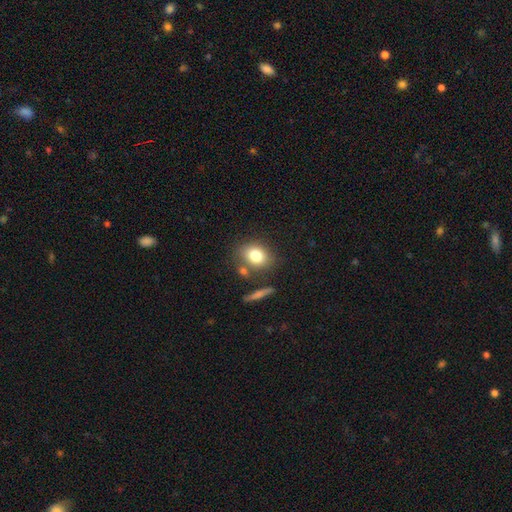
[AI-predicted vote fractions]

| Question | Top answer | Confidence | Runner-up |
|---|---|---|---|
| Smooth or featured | smooth | 78% | featured or disk (12%) |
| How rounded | in between | 55% | round (43%) |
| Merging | none | 71% | minor disturbance (13%) |